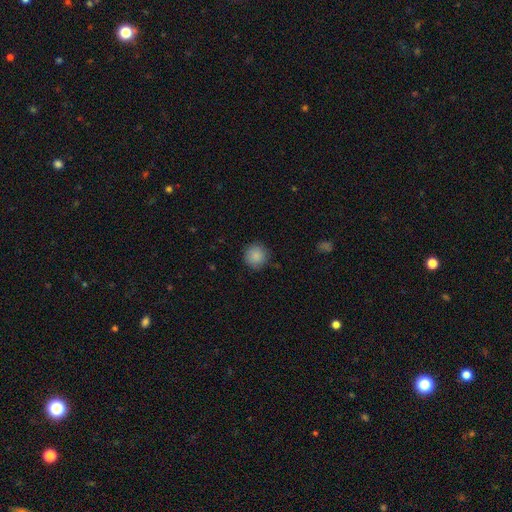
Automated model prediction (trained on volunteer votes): This appears to be a smooth galaxy with no disk features (87%) that is round (94%). Merging: none (87%).